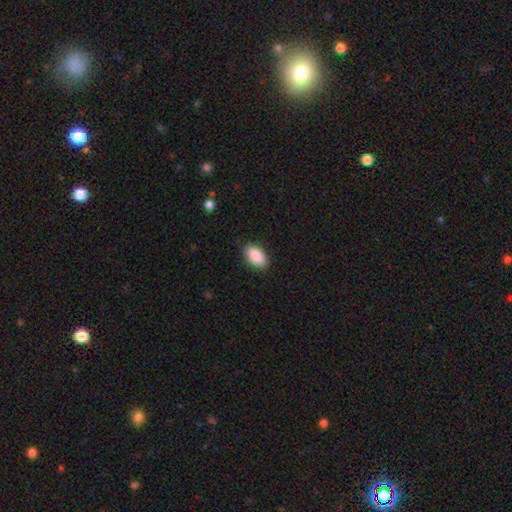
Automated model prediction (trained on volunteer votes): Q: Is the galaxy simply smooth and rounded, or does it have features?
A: smooth — 90%.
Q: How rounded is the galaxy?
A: in between — 94%.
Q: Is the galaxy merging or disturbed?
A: none — 86%.